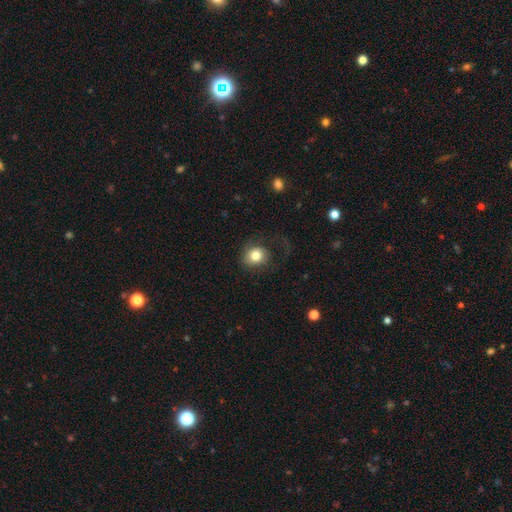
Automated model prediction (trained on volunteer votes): smooth-or-featured: smooth: 79% | featured or disk: 12% | star or artifact: 9%
  how-rounded: round: 69% | in between: 30% | cigar-shaped: 1%
  merging: none: 62% | major disturbance: 19% | minor disturbance: 17% | merger: 1%